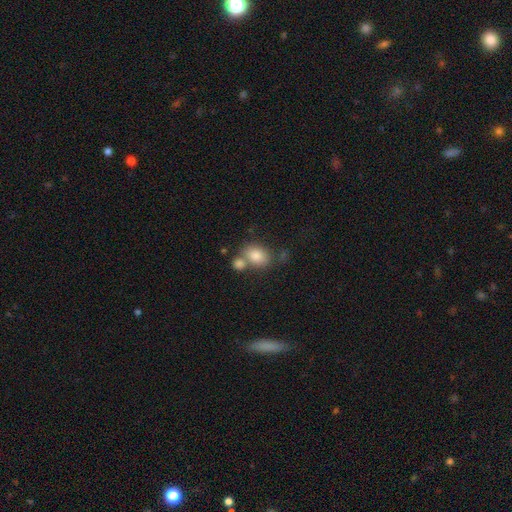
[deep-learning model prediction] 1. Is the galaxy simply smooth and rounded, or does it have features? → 81% smooth, 10% star or artifact, 9% featured or disk.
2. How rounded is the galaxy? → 55% in between, 44% round, 1% cigar-shaped.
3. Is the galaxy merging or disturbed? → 48% none, 33% merger, 13% minor disturbance, 5% major disturbance.